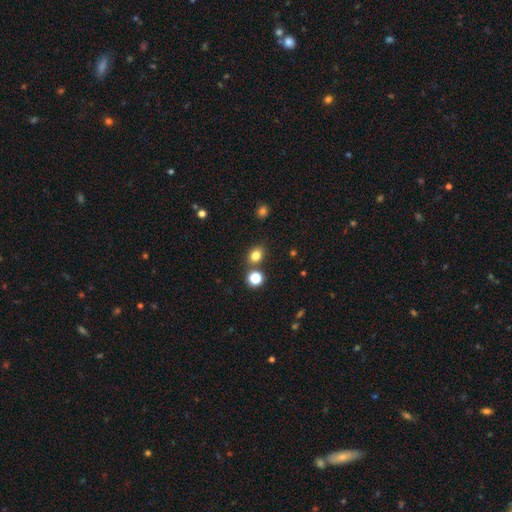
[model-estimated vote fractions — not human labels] smooth_or_featured: smooth (p=0.80) [alt: star or artifact p=0.15]
how_rounded: in between (p=0.50) [alt: round p=0.49]
merging: none (p=0.77) [alt: merger p=0.10]